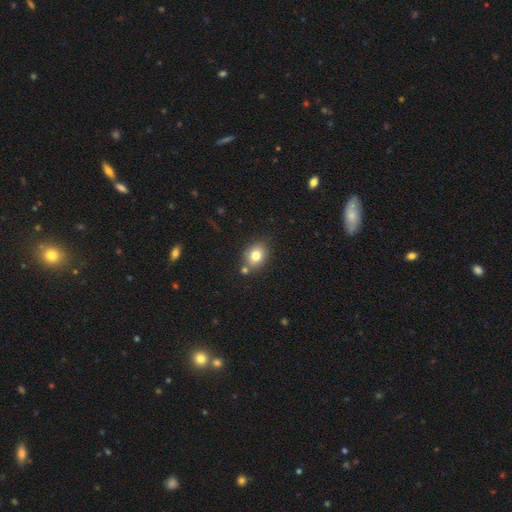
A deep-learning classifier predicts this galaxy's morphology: Smooth or featured? smooth (79%)
How rounded? in between (50%)
Merging? none (71%)